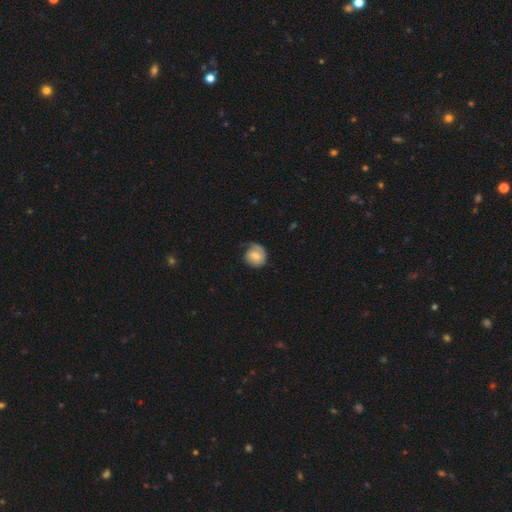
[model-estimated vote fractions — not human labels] Smooth or featured?
  - smooth: 59% *
  - featured or disk: 34%
  - star or artifact: 7%
How rounded?
  - round: 79% *
  - in between: 20%
  - cigar-shaped: 1%
Merging?
  - none: 54% *
  - minor disturbance: 29%
  - major disturbance: 15%
  - merger: 2%